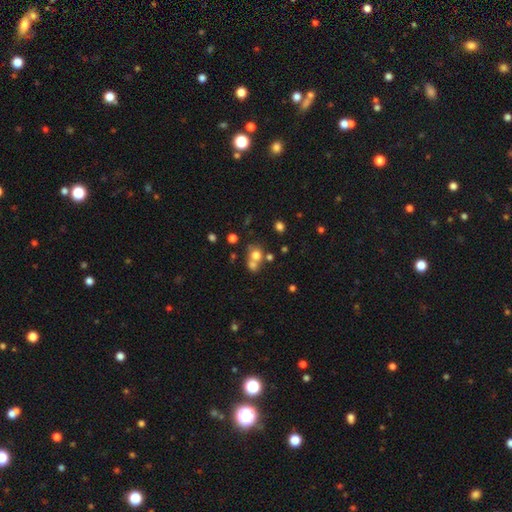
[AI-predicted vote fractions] A smooth galaxy with no disk features (70%) that is round (75%).

Vote fractions:
- Smooth or featured? smooth: 70% / featured or disk: 15% / star or artifact: 15%
- How rounded? round: 75% / in between: 24% / cigar-shaped: 1%
- Merging? merger: 51% / none: 36% / minor disturbance: 8% / major disturbance: 5%